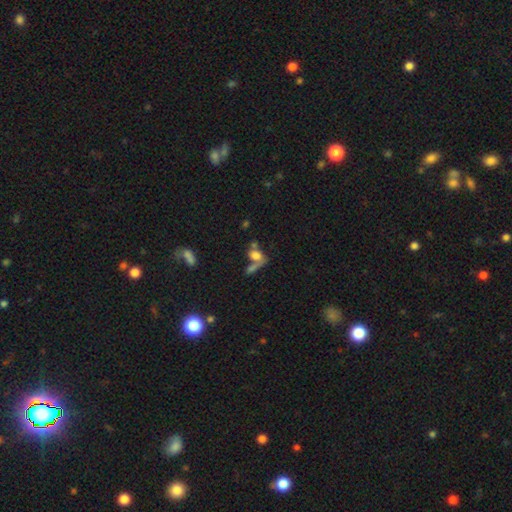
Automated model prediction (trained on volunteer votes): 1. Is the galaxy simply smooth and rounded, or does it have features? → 67% smooth, 19% featured or disk, 15% star or artifact.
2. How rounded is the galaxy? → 70% in between, 24% round, 7% cigar-shaped.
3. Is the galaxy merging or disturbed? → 43% merger, 33% none, 13% major disturbance, 12% minor disturbance.